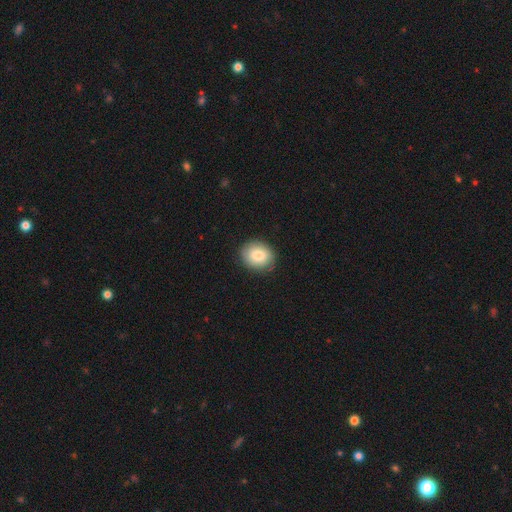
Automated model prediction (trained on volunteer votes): A smooth galaxy with no disk features (82%) that is round (59%). Merging: none (87%).